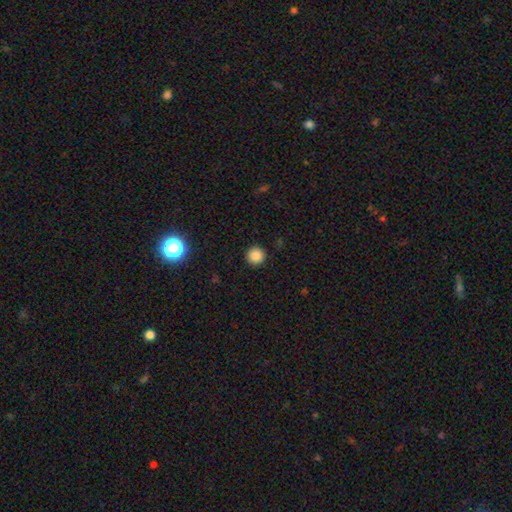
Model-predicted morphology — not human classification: type=smooth (85%); roundness=round (95%); merging=none (92%).